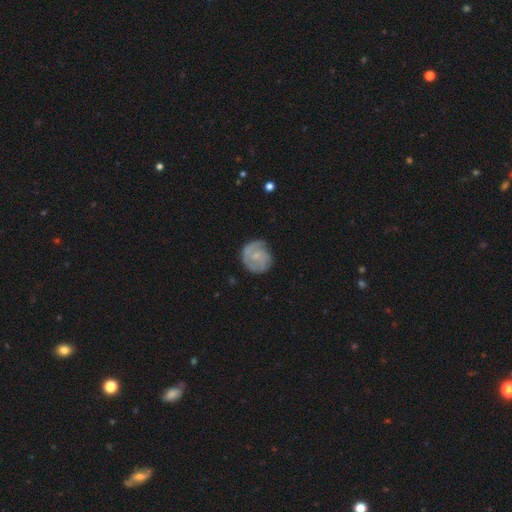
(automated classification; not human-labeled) Q: Smooth or featured?
A: featured or disk (59%); runner-up: smooth (34%)
Q: Edge-on disk?
A: no (98%); runner-up: yes (2%)
Q: Bar?
A: no (71%); runner-up: weak (25%)
Q: Spiral arms?
A: yes (84%); runner-up: no (16%)
Q: Bulge size?
A: small (58%); runner-up: moderate (21%)
Q: Merging?
A: none (72%); runner-up: minor disturbance (20%)